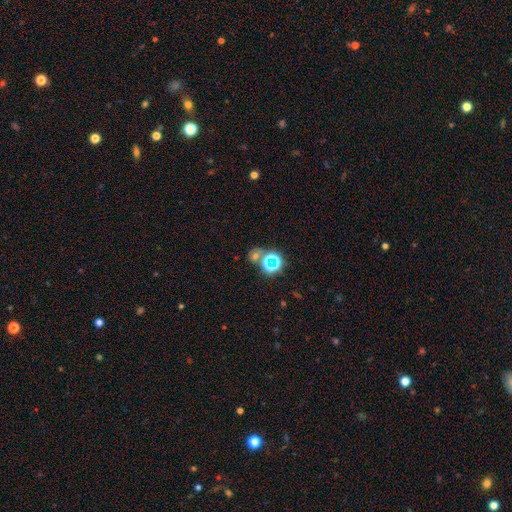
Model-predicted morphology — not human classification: Q: Smooth or featured?
A: star or artifact (55%); runner-up: smooth (34%)